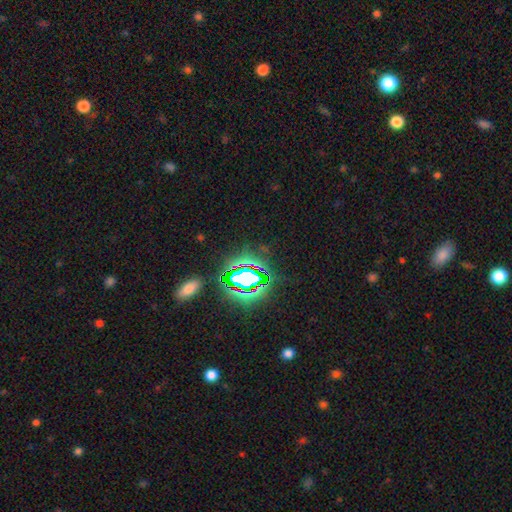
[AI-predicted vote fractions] Overall: star or artifact (80%).